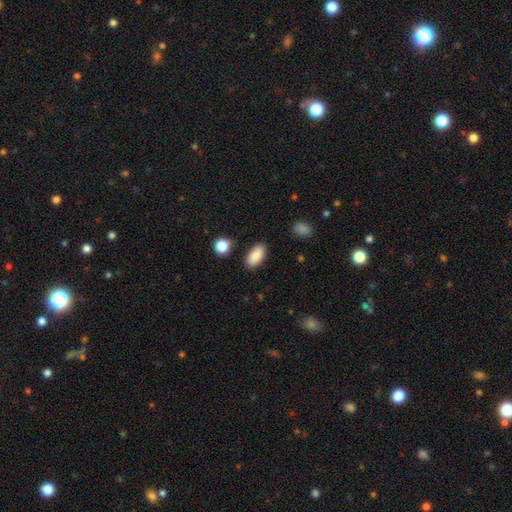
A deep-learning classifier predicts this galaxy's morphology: Q: Smooth or featured?
A: smooth (88%); runner-up: star or artifact (7%)
Q: How rounded?
A: in between (91%); runner-up: cigar-shaped (7%)
Q: Merging?
A: none (87%); runner-up: minor disturbance (9%)